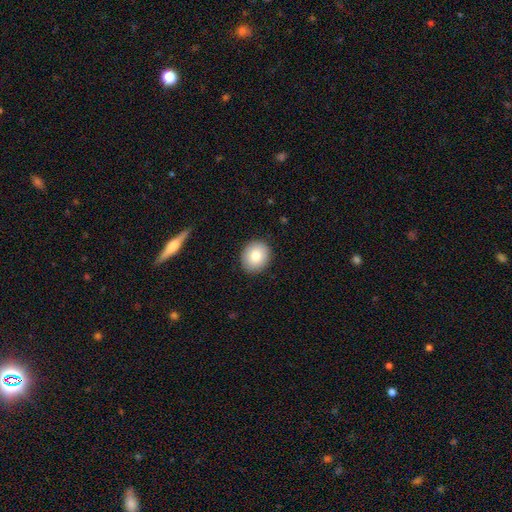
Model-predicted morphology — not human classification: smooth_or_featured: smooth (p=0.83) [alt: featured or disk p=0.10]
how_rounded: round (p=0.69) [alt: in between p=0.30]
merging: none (p=0.89) [alt: minor disturbance p=0.08]